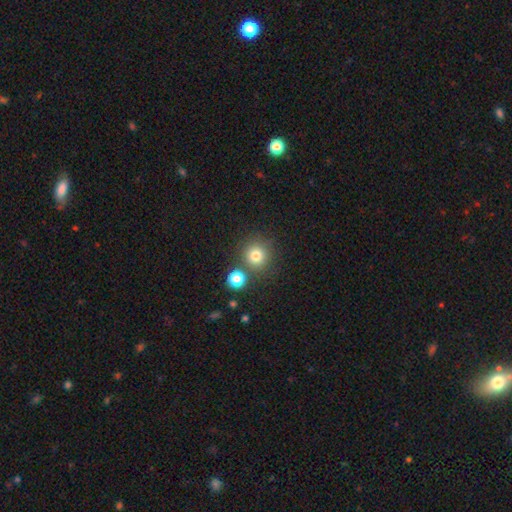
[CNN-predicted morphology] This is likely a smooth galaxy (79%). How rounded: clearly round (93%). Merging: likely none (77%).